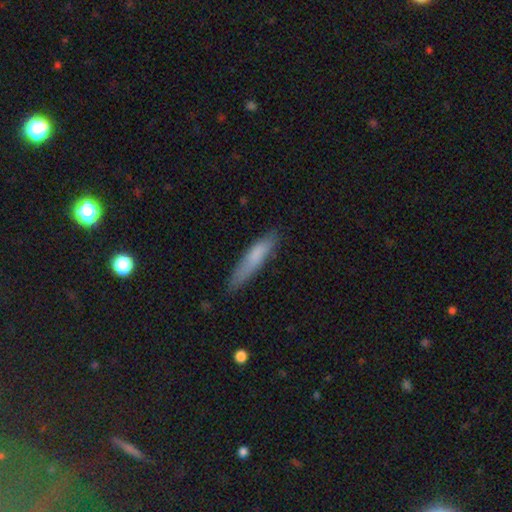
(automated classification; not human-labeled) smooth_or_featured: smooth (p=0.75) [alt: featured or disk p=0.19]
how_rounded: cigar-shaped (p=0.86) [alt: in between p=0.13]
merging: none (p=0.78) [alt: minor disturbance p=0.17]